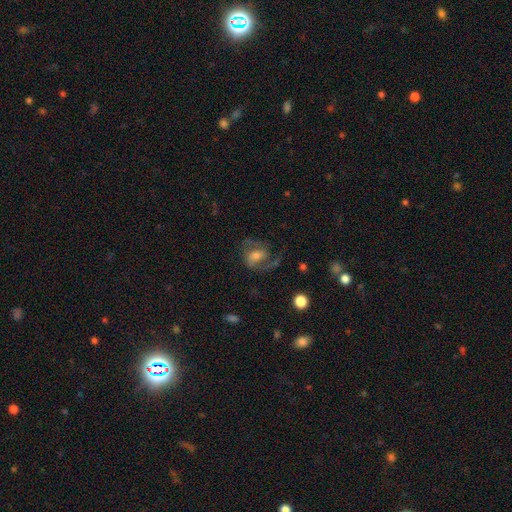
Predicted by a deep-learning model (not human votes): A featured or disk galaxy (74%) with a weak bar (46%), 2 (79%) medium (55%) spiral arms (92%) and a moderate central bulge (51%).

Vote fractions:
- Smooth or featured? featured or disk: 74% / smooth: 18% / star or artifact: 8%
- Edge-on disk? no: 97% / yes: 3%
- Bar? weak: 46% / no: 34% / strong: 20%
- Spiral arms? yes: 92% / no: 8%
- Spiral winding? medium: 55% / loose: 27% / tight: 18%
- Spiral arm count? 2: 79% / 1: 11% / can't tell: 6% / 3: 2% / 4: 1% / more than 4: 1%
- Bulge size? moderate: 51% / small: 27% / large: 15% / none: 5% / dominant: 2%
- Merging? none: 61% / major disturbance: 20% / minor disturbance: 17% / merger: 2%